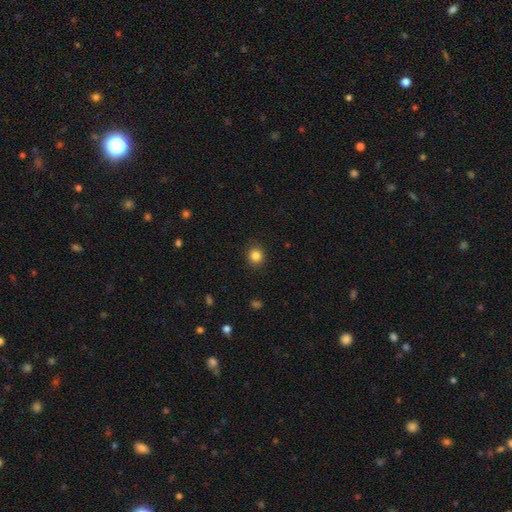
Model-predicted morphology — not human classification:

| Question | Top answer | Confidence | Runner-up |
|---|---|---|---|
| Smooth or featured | smooth | 84% | star or artifact (11%) |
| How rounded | round | 85% | in between (14%) |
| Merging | none | 89% | minor disturbance (8%) |